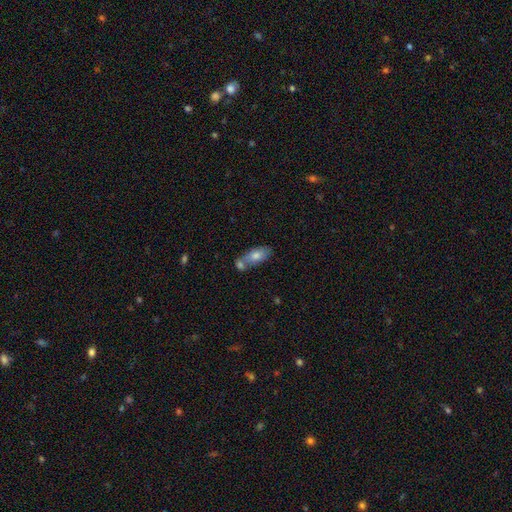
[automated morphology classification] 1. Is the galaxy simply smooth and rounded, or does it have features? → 73% smooth, 19% featured or disk, 7% star or artifact.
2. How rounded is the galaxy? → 87% in between, 9% cigar-shaped, 4% round.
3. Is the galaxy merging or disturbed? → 42% merger, 41% none, 13% minor disturbance, 4% major disturbance.